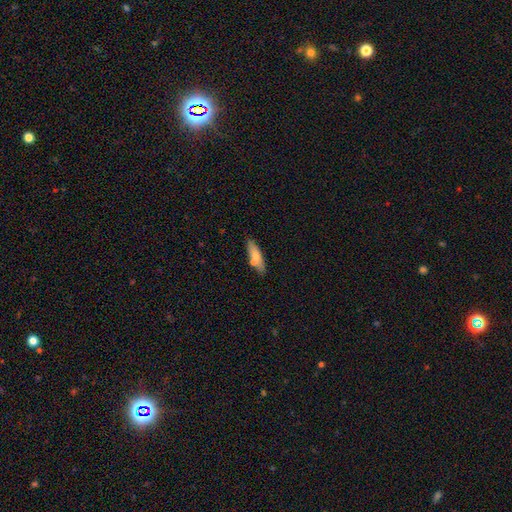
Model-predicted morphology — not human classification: Q: Smooth or featured?
A: smooth (73%); runner-up: featured or disk (20%)
Q: How rounded?
A: cigar-shaped (60%); runner-up: in between (38%)
Q: Merging?
A: none (75%); runner-up: minor disturbance (13%)